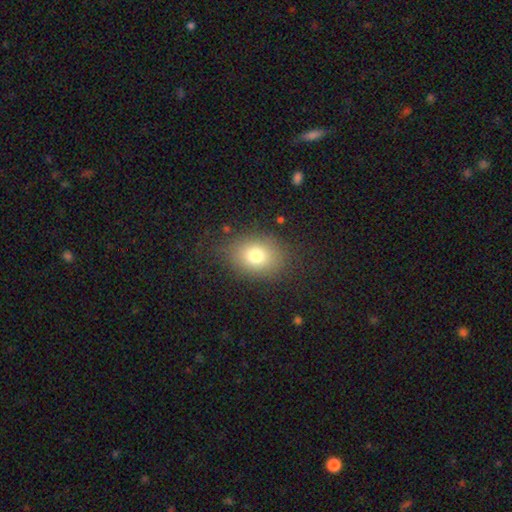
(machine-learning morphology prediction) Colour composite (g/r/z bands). It shows a smooth galaxy with no disk features (76%) that is in between round and cigar-shaped (58%). Merging: none (80%).